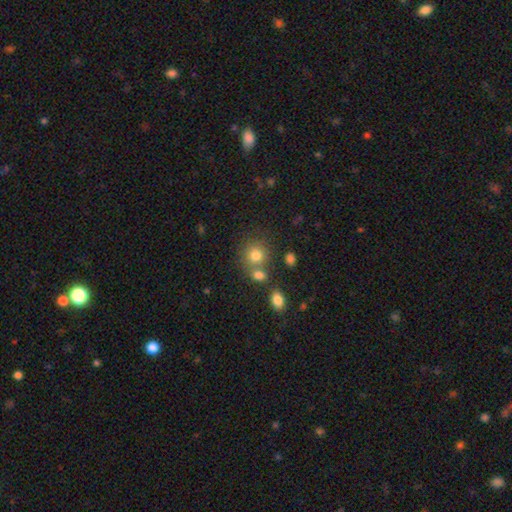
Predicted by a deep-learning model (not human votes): Smooth or featured? smooth (78%)
How rounded? round (83%)
Merging? none (60%)